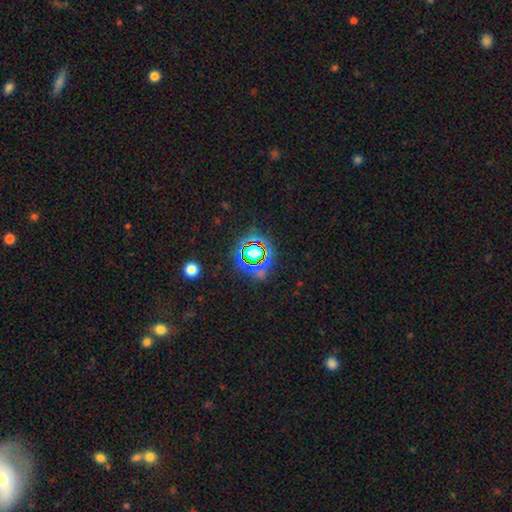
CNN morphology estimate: This is likely a star or artifact rather than a galaxy (77%).